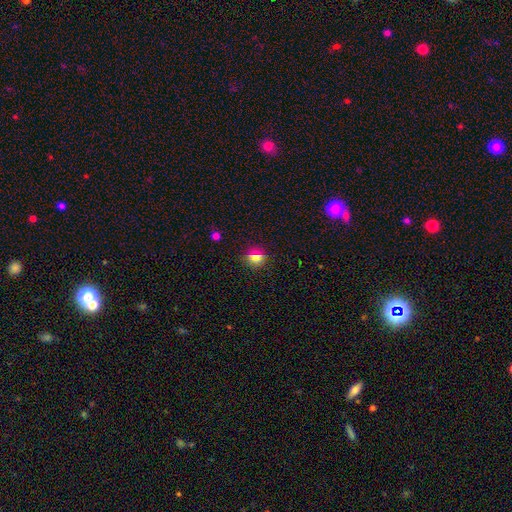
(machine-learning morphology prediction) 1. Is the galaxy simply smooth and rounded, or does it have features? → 57% smooth, 31% star or artifact, 12% featured or disk.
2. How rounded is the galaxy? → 81% round, 15% in between, 4% cigar-shaped.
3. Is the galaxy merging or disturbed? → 88% none, 8% minor disturbance, 3% major disturbance, 2% merger.